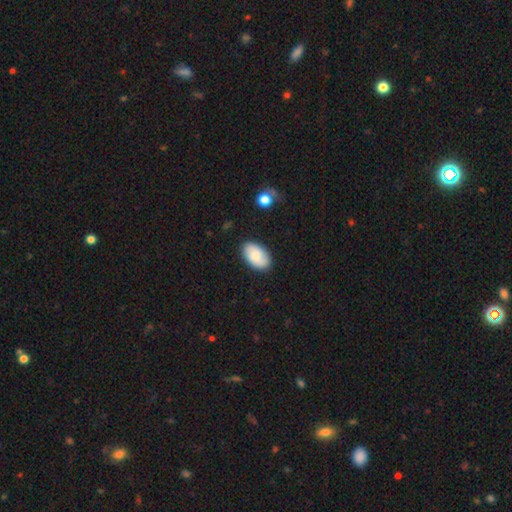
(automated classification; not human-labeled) Q: Smooth or featured?
A: smooth (75%); runner-up: featured or disk (18%)
Q: How rounded?
A: in between (93%); runner-up: round (5%)
Q: Merging?
A: none (86%); runner-up: minor disturbance (11%)